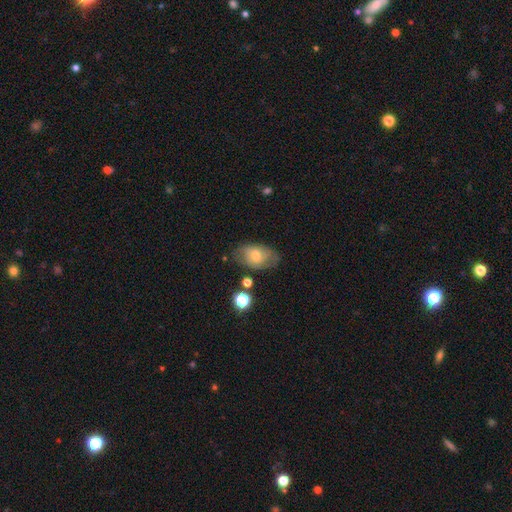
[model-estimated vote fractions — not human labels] Smooth or featured?
  - smooth: 58% *
  - featured or disk: 34%
  - star or artifact: 9%
How rounded?
  - in between: 87% *
  - round: 11%
  - cigar-shaped: 2%
Merging?
  - none: 64% *
  - minor disturbance: 24%
  - major disturbance: 8%
  - merger: 3%